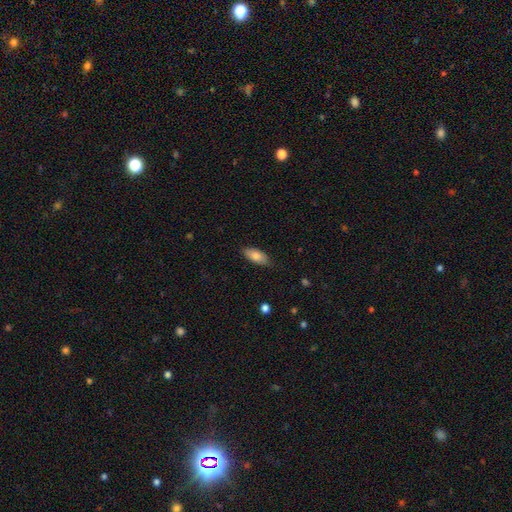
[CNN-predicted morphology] A smooth galaxy with no disk features (79%) that is in between round and cigar-shaped (86%).

Vote fractions:
- Smooth or featured? smooth: 79% / featured or disk: 14% / star or artifact: 7%
- How rounded? in between: 86% / cigar-shaped: 12% / round: 2%
- Merging? none: 84% / minor disturbance: 13% / major disturbance: 2% / merger: 1%